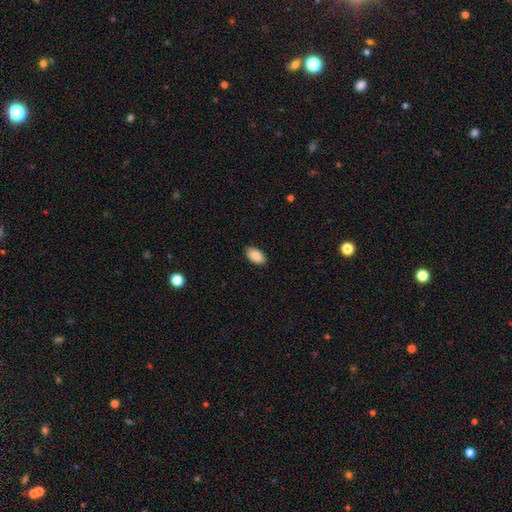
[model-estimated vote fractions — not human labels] Smooth or featured: smooth — 91% (star or artifact — 6%)
How rounded: in between — 95% (round — 4%)
Merging: none — 89% (minor disturbance — 8%)